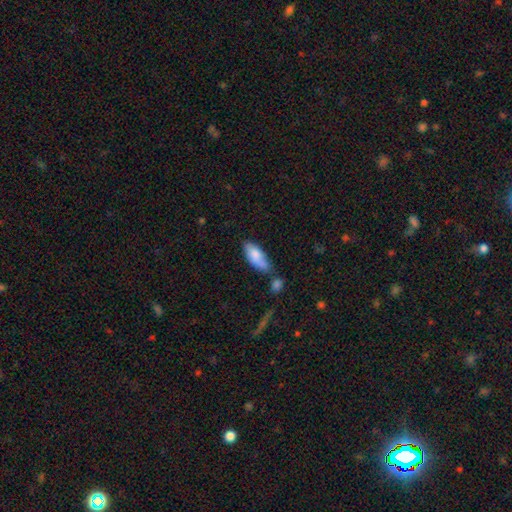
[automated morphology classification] A smooth galaxy with no disk features (80%) that is in between round and cigar-shaped (80%).

Vote fractions:
- Smooth or featured? smooth: 80% / featured or disk: 14% / star or artifact: 7%
- How rounded? in between: 80% / cigar-shaped: 18% / round: 2%
- Merging? none: 48% / minor disturbance: 27% / merger: 18% / major disturbance: 7%